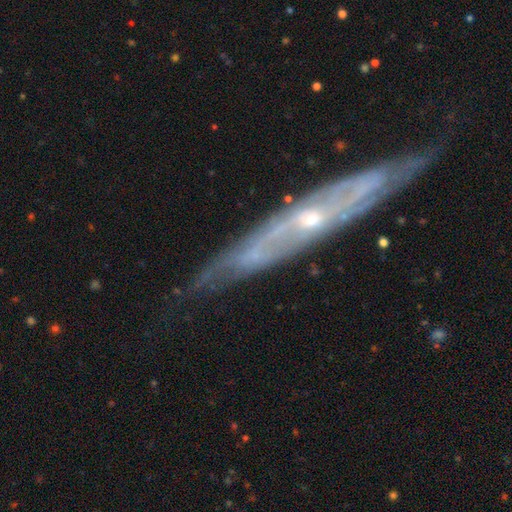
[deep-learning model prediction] smooth_or_featured: featured or disk (p=0.58) [alt: smooth p=0.27]
disk_edge_on: no (p=0.51) [alt: yes p=0.49]
merging: none (p=0.59) [alt: minor disturbance p=0.21]